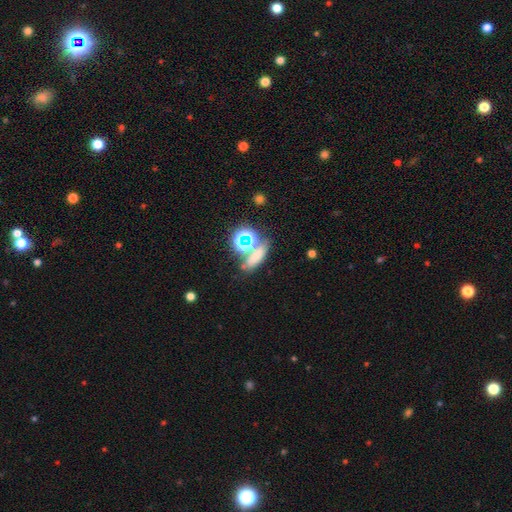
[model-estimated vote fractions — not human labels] The model was most divided on "how rounded": in between: 45%, cigar-shaped: 30%, round: 25%. More confident: merging — none (61%); smooth or featured — smooth (60%).